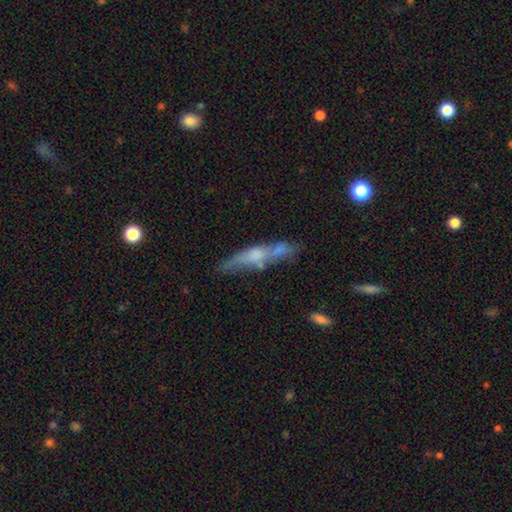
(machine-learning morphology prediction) smooth_or_featured: featured or disk (p=0.49) [alt: smooth p=0.42]
merging: none (p=0.53) [alt: minor disturbance p=0.21]